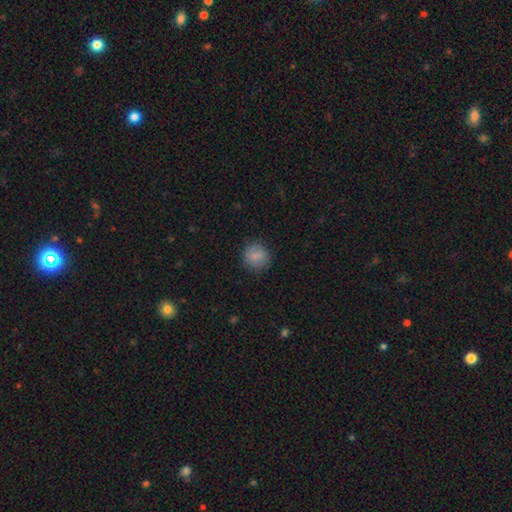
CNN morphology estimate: type=smooth (83%); roundness=round (86%); merging=none (83%).